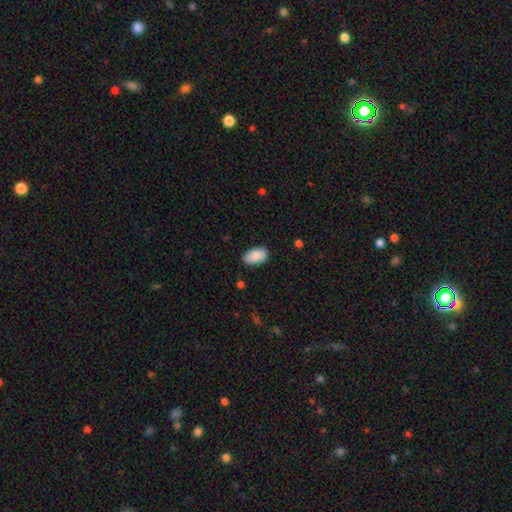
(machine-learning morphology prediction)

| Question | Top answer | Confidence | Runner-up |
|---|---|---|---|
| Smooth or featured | smooth | 88% | star or artifact (6%) |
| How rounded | in between | 94% | round (5%) |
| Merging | none | 78% | minor disturbance (18%) |